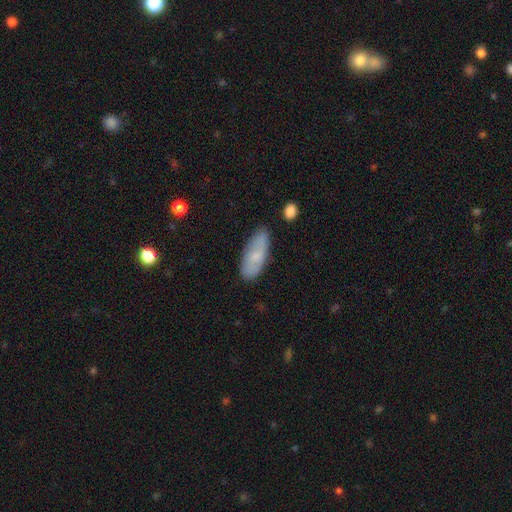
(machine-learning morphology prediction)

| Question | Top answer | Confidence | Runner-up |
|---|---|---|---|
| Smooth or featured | smooth | 71% | featured or disk (23%) |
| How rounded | in between | 78% | cigar-shaped (20%) |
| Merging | none | 75% | minor disturbance (20%) |